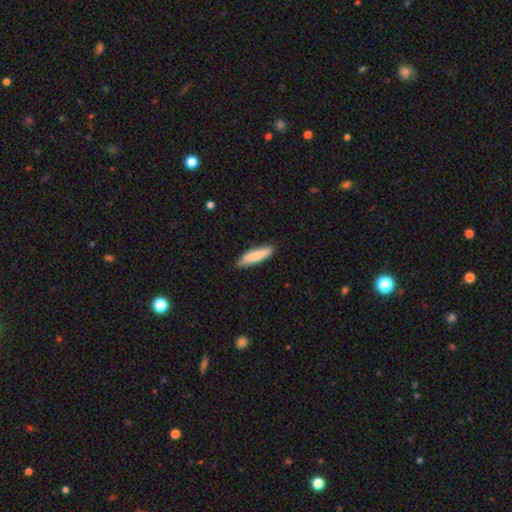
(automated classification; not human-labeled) smooth 81%, featured or disk 14%, star or artifact 6%. Down the decision tree: how rounded — cigar-shaped (73%); merging — none (82%).